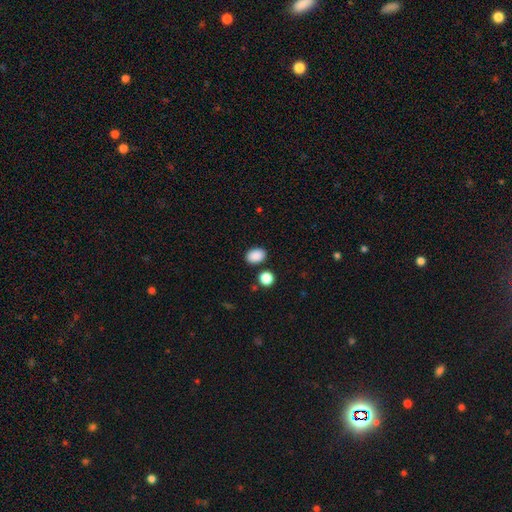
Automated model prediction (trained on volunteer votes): smooth-or-featured: smooth: 88% | star or artifact: 9% | featured or disk: 3%
  how-rounded: in between: 77% | round: 22% | cigar-shaped: 1%
  merging: none: 83% | minor disturbance: 9% | merger: 5% | major disturbance: 3%